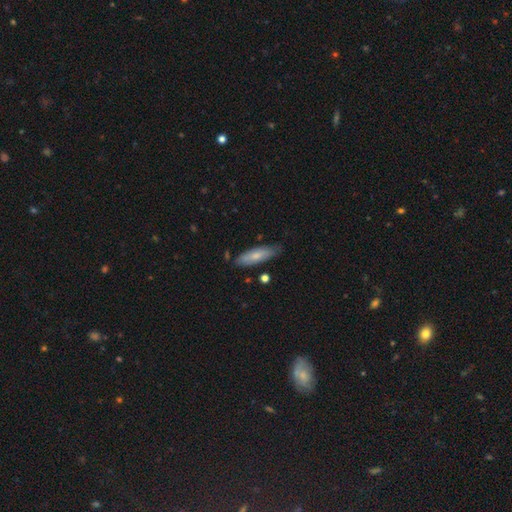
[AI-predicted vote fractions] Smooth or featured? smooth (68%)
How rounded? cigar-shaped (51%)
Merging? none (75%)